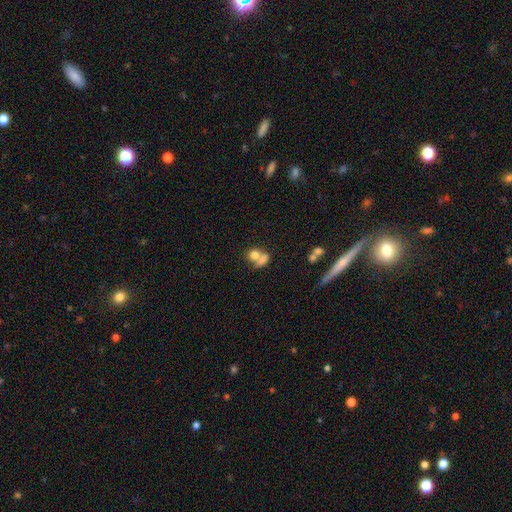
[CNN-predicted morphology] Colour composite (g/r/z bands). It shows a smooth galaxy with no disk features (75%) that is round (57%). Merging: merger (58%).